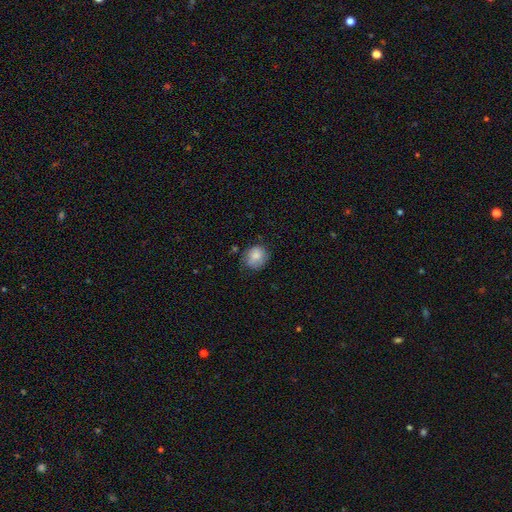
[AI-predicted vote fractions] smooth_or_featured: smooth (p=0.82) [alt: featured or disk p=0.10]
how_rounded: round (p=0.70) [alt: in between p=0.29]
merging: none (p=0.67) [alt: minor disturbance p=0.25]